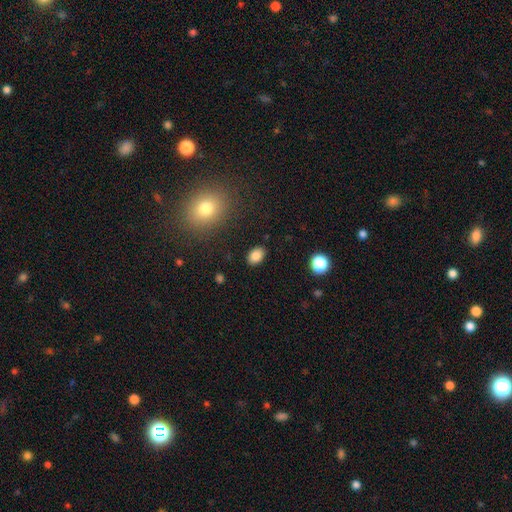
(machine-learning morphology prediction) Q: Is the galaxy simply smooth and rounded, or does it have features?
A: smooth — 84%.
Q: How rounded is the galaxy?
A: in between — 83%.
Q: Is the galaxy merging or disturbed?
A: none — 87%.